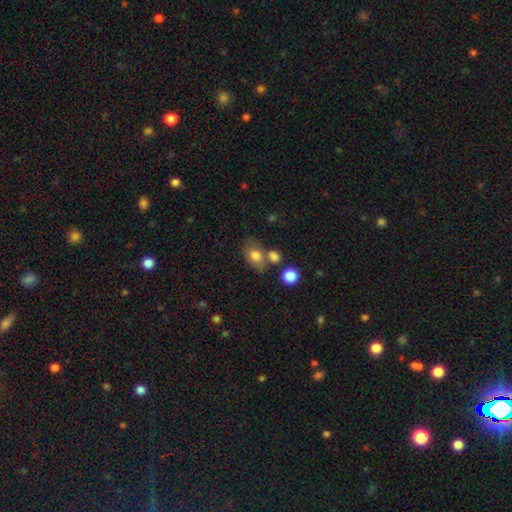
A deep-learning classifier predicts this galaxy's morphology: A smooth galaxy with no disk features (75%) that is in between round and cigar-shaped (74%).

Vote fractions:
- Smooth or featured? smooth: 75% / featured or disk: 16% / star or artifact: 9%
- How rounded? in between: 74% / round: 25% / cigar-shaped: 2%
- Merging? none: 51% / merger: 26% / minor disturbance: 17% / major disturbance: 6%